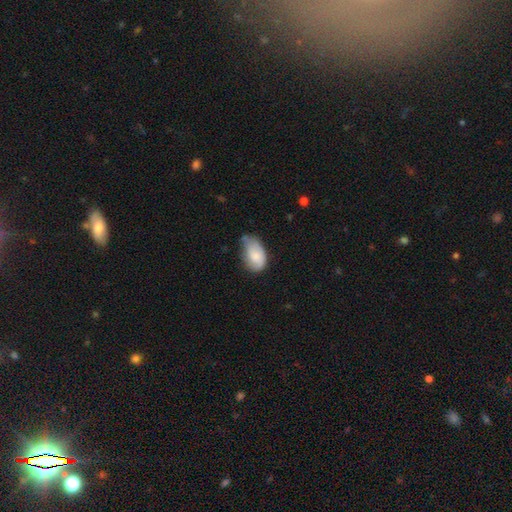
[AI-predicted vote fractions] Q: Smooth or featured?
A: smooth (75%); runner-up: featured or disk (18%)
Q: How rounded?
A: in between (91%); runner-up: round (7%)
Q: Merging?
A: minor disturbance (45%); runner-up: none (37%)